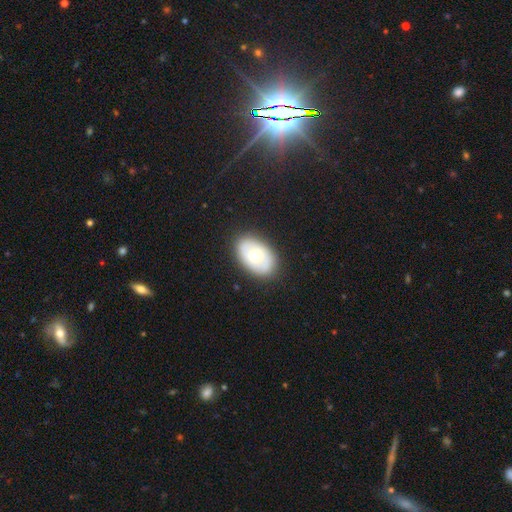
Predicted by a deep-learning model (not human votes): Smooth or featured? smooth (60%)
How rounded? in between (88%)
Merging? none (87%)